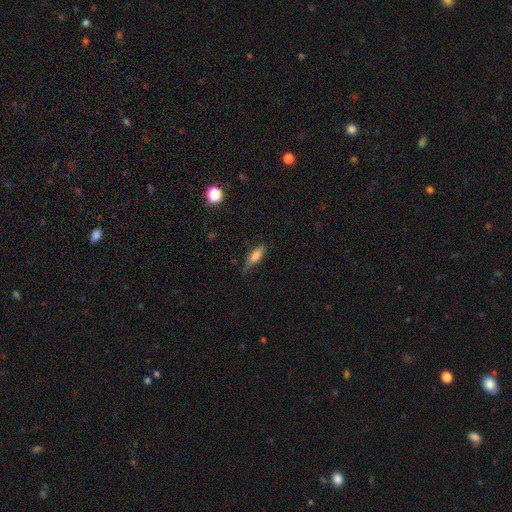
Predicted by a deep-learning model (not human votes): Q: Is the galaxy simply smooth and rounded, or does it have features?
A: smooth — 71%.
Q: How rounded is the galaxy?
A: in between — 57%.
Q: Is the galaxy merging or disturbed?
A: none — 57%.